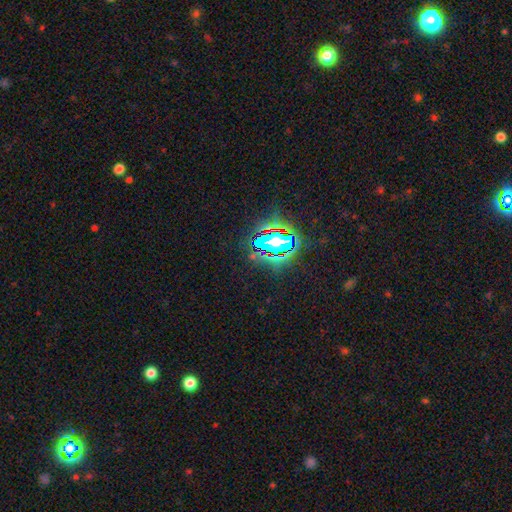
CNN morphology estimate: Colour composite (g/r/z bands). It shows a star or artifact, not a galaxy (73%).